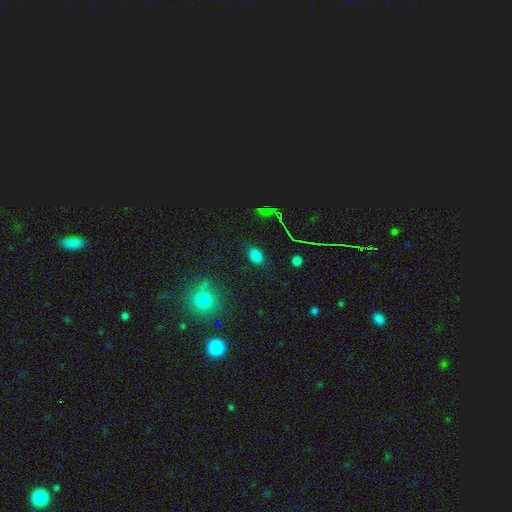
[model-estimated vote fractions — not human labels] The model was most divided on "how rounded": in between: 76%, round: 22%, cigar-shaped: 2%. More confident: merging — none (81%); smooth or featured — smooth (75%).